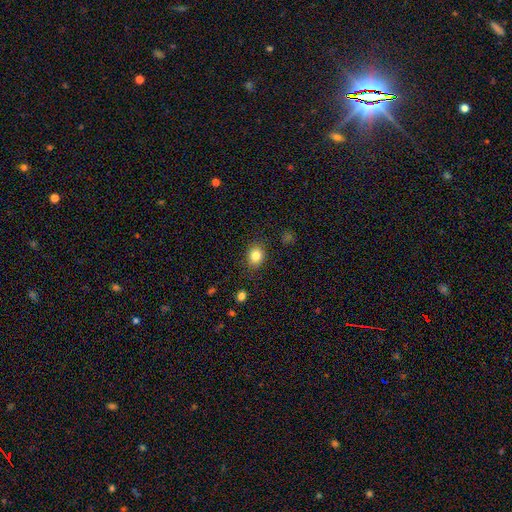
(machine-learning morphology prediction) This appears to be a smooth galaxy with no disk features (84%) that is round (52%). Merging: none (85%).